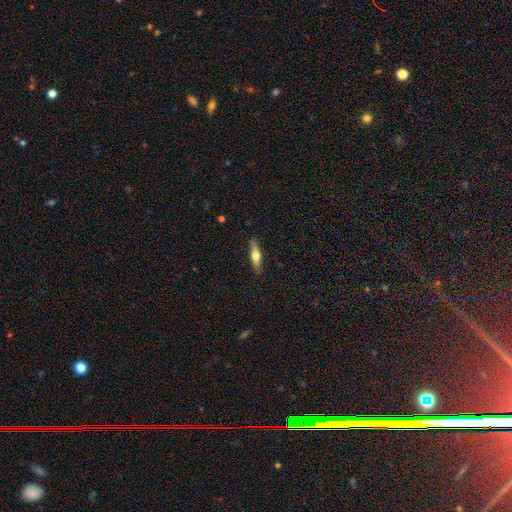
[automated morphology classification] A smooth galaxy with no disk features (52%) that is cigar-shaped (74%).

Vote fractions:
- Smooth or featured? smooth: 52% / featured or disk: 42% / star or artifact: 6%
- How rounded? cigar-shaped: 74% / in between: 24% / round: 2%
- Merging? none: 87% / minor disturbance: 9% / major disturbance: 2% / merger: 1%